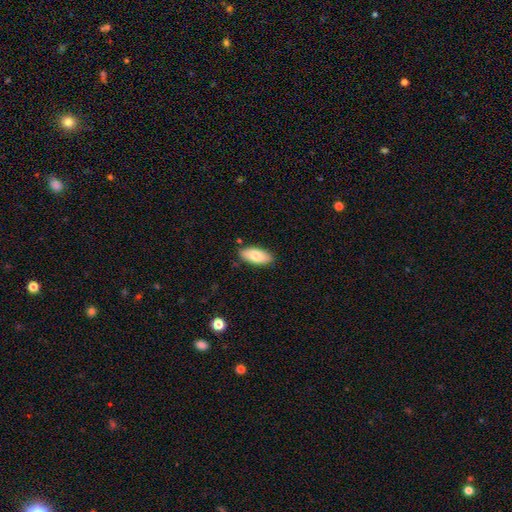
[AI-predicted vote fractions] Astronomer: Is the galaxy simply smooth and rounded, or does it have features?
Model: smooth — 80%.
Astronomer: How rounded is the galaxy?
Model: in between — 87%.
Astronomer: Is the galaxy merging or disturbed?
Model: none — 85%.